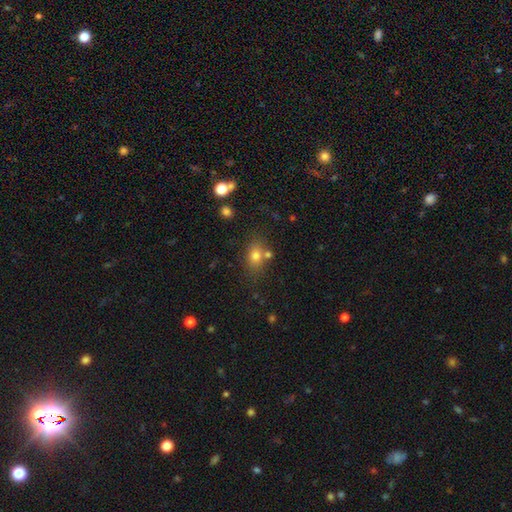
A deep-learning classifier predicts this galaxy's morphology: A smooth galaxy with no disk features (74%) that is in between round and cigar-shaped (65%).

Vote fractions:
- Smooth or featured? smooth: 74% / star or artifact: 14% / featured or disk: 11%
- How rounded? in between: 65% / round: 33% / cigar-shaped: 2%
- Merging? none: 67% / merger: 15% / minor disturbance: 14% / major disturbance: 5%